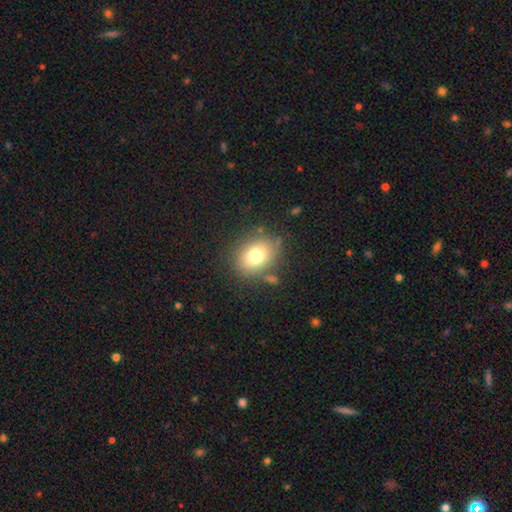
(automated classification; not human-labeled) A smooth galaxy with no disk features (75%) that is in between round and cigar-shaped (52%).

Vote fractions:
- Smooth or featured? smooth: 75% / featured or disk: 13% / star or artifact: 12%
- How rounded? in between: 52% / round: 47% / cigar-shaped: 1%
- Merging? none: 77% / minor disturbance: 13% / major disturbance: 5% / merger: 4%